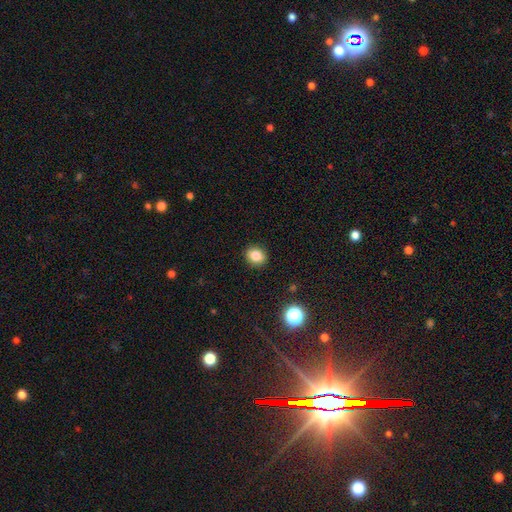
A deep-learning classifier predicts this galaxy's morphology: A smooth galaxy with no disk features (82%) that is round (65%).

Vote fractions:
- Smooth or featured? smooth: 82% / star or artifact: 12% / featured or disk: 6%
- How rounded? round: 65% / in between: 34% / cigar-shaped: 1%
- Merging? none: 90% / minor disturbance: 7% / major disturbance: 2% / merger: 1%